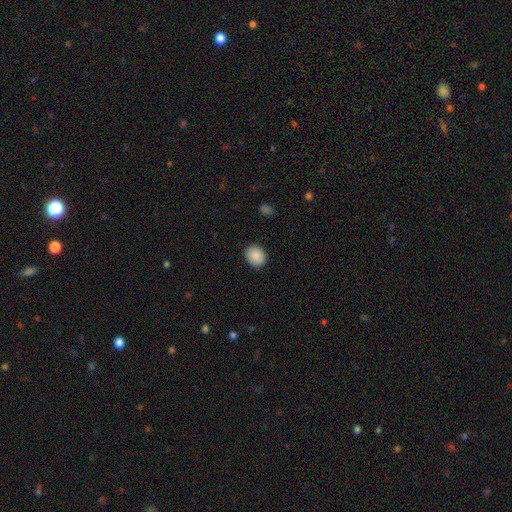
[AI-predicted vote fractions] Overall: smooth (89%). How rounded: round (60%; in between 39%). Merging: none (88%).